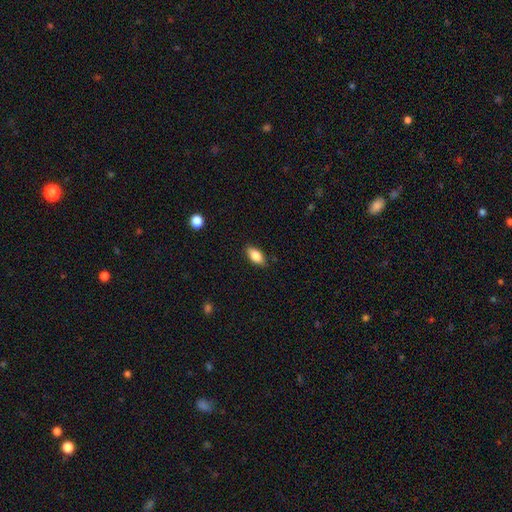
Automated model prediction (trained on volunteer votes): smooth 82%, featured or disk 10%, star or artifact 7%. Down the decision tree: how rounded — in between (89%); merging — none (85%).